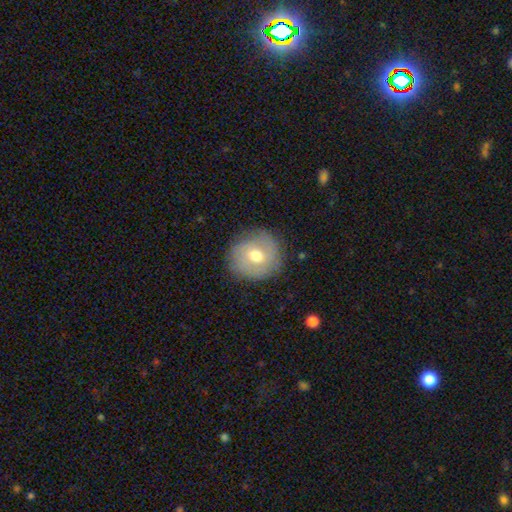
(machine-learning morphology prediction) Smooth or featured: smooth — 57% (featured or disk — 34%)
How rounded: round — 90% (in between — 9%)
Merging: none — 83% (minor disturbance — 12%)